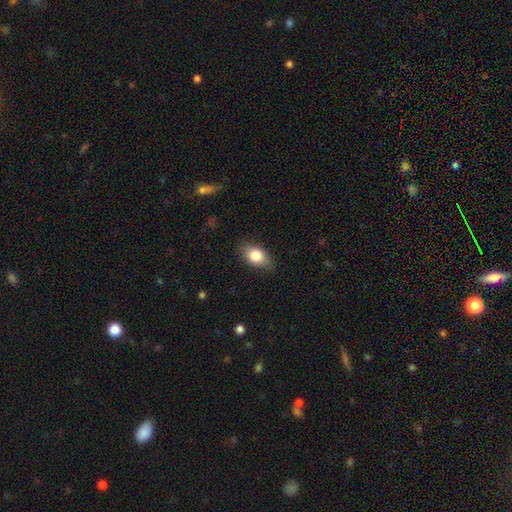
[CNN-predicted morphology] This appears to be a smooth galaxy with no disk features (80%) that is in between round and cigar-shaped (84%). Merging: none (80%).